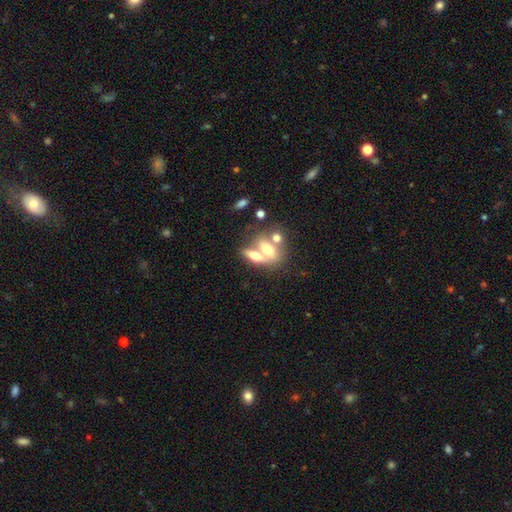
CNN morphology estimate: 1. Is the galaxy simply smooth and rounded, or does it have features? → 54% smooth, 37% featured or disk, 9% star or artifact.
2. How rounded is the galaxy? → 67% in between, 22% cigar-shaped, 11% round.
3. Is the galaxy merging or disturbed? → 58% merger, 29% none, 8% minor disturbance, 5% major disturbance.